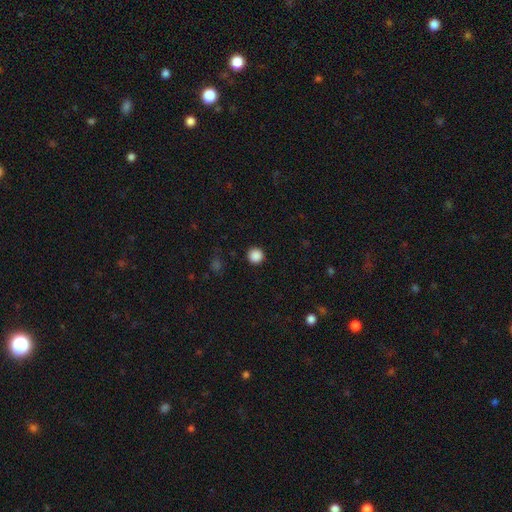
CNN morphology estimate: Smooth or featured? Predicted: smooth (p=0.87). How rounded? Predicted: round (p=0.95). Merging? Predicted: none (p=0.92).